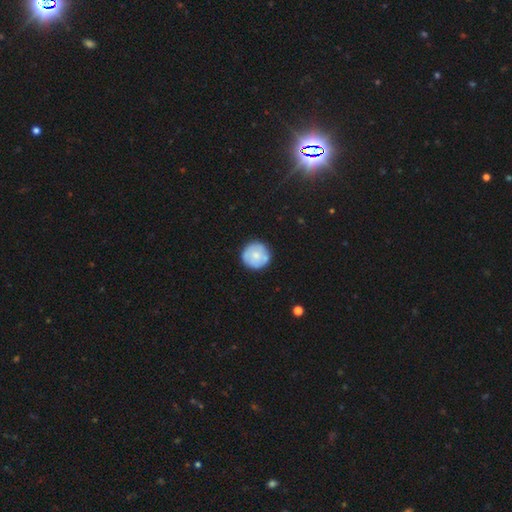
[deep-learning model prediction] smooth-or-featured: smooth: 68% | featured or disk: 25% | star or artifact: 6%
  how-rounded: round: 95% | in between: 4% | cigar-shaped: 1%
  merging: none: 82% | minor disturbance: 13% | major disturbance: 3% | merger: 2%